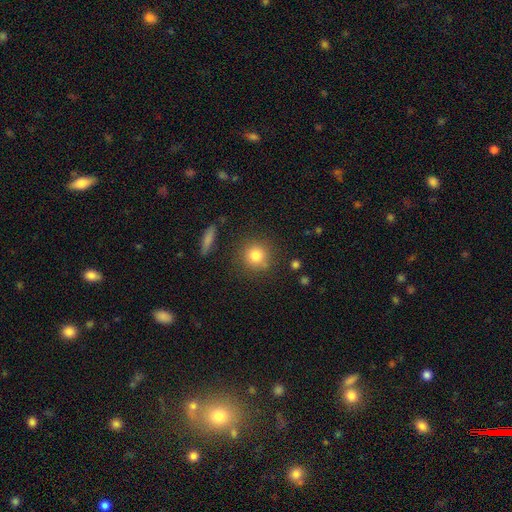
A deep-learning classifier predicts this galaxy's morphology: smooth 82%, star or artifact 10%, featured or disk 8%. Down the decision tree: how rounded — round (91%); merging — none (82%).